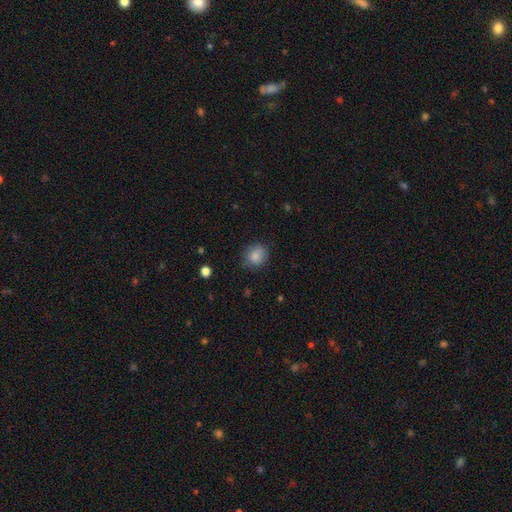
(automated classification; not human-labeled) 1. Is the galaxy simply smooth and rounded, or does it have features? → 85% smooth, 9% star or artifact, 6% featured or disk.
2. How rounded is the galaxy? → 75% round, 24% in between, 1% cigar-shaped.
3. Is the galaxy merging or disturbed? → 76% none, 18% minor disturbance, 4% major disturbance, 1% merger.